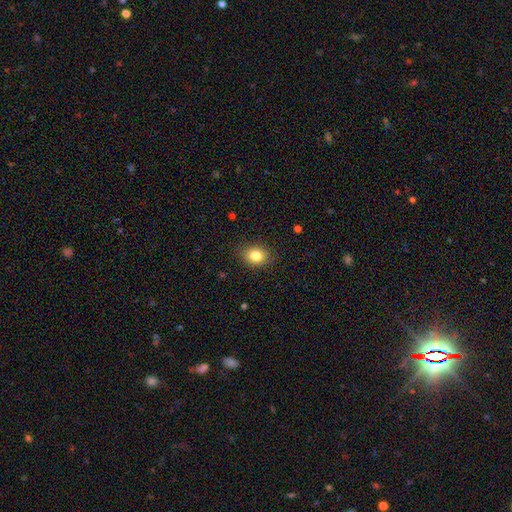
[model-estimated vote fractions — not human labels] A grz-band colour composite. It shows a smooth galaxy with no disk features (82%) that is in between round and cigar-shaped (55%). Merging: none (86%).